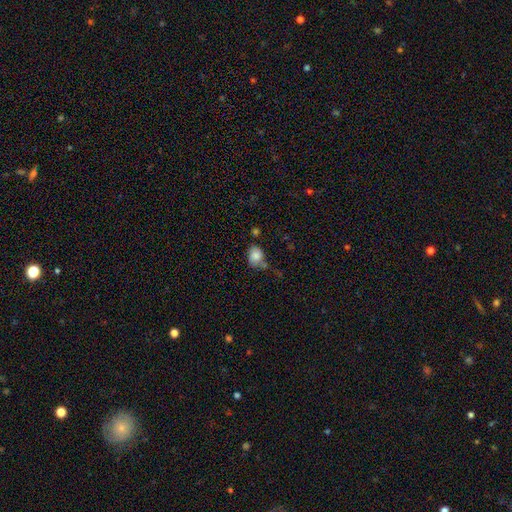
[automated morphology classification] The model was most divided on "how rounded": in between: 52%, round: 47%, cigar-shaped: 1%. Remaining: smooth or featured — smooth (83%); merging — none (50%).